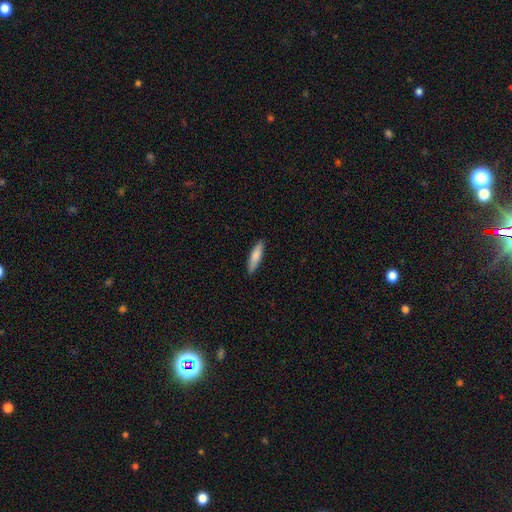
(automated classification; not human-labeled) This appears to be a smooth galaxy with no disk features (80%) that is cigar-shaped (73%). Merging: none (89%).